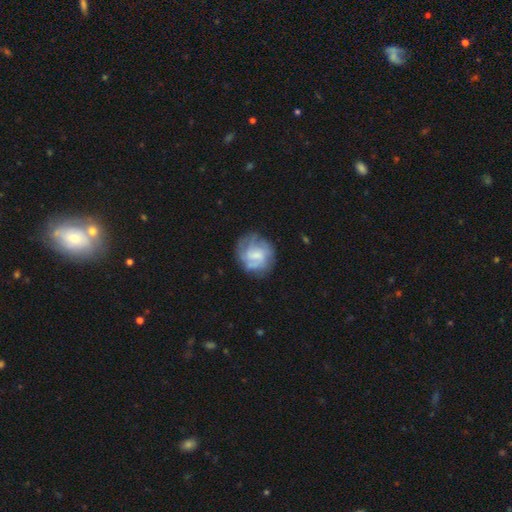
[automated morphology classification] The model was most divided on "bar": no: 46%, weak: 44%, strong: 10%. Remaining: edge-on disk — no (98%); spiral arms — yes (73%); merging — none (65%); smooth or featured — featured or disk (56%); bulge size — small (36%).